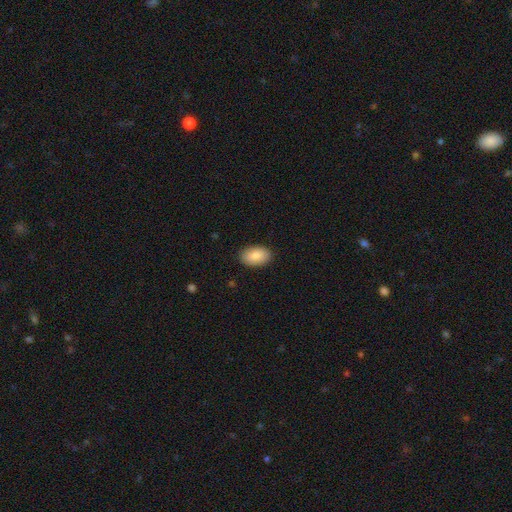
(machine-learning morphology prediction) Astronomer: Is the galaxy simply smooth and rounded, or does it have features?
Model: smooth — 88%.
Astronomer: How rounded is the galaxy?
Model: in between — 93%.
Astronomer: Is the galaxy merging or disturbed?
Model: none — 89%.